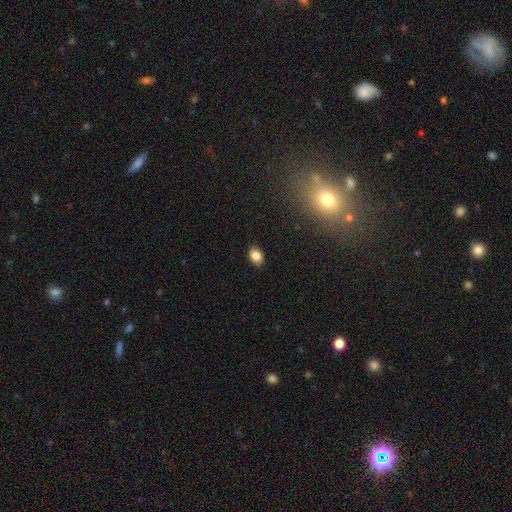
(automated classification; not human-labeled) Smooth or featured? smooth (86%)
How rounded? in between (75%)
Merging? none (88%)